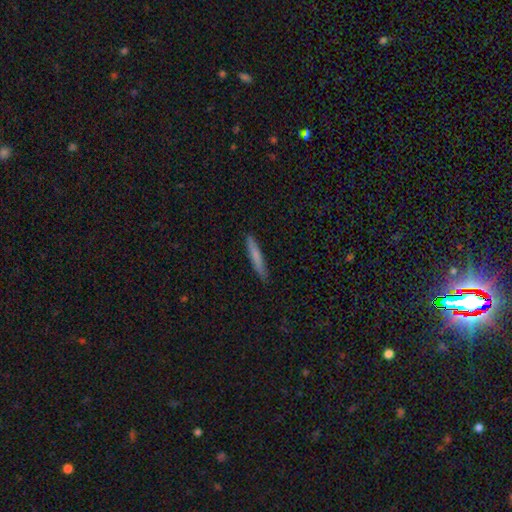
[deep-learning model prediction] Morphology: type=smooth (70%); roundness=cigar-shaped (95%); merging=none (90%).